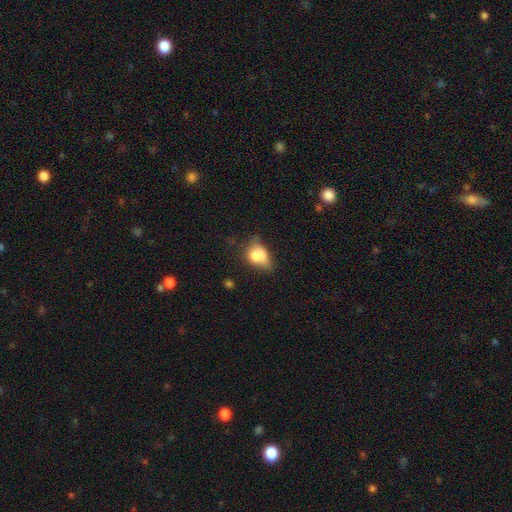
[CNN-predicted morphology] This is likely a smooth galaxy (69%). How rounded: likely in between (64%). Merging: marginally minor disturbance (29%).